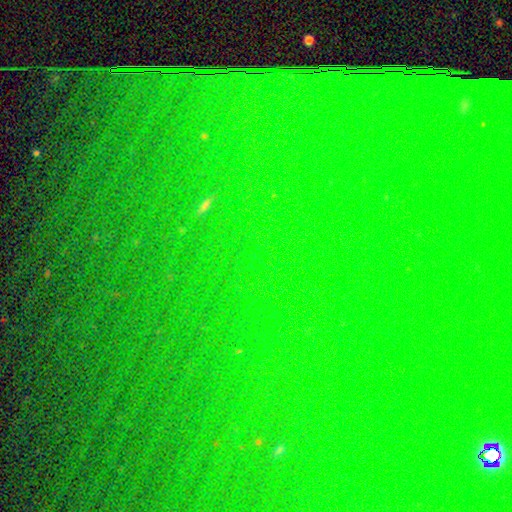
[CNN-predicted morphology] This is clearly a star or artifact rather than a galaxy (81%).